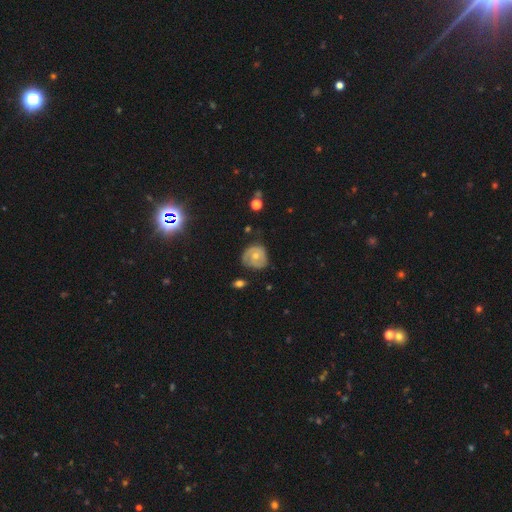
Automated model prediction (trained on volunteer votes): Morphology: type=featured or disk (55%); edge-on=no (97%); bar=no (81%); spiral arms=yes (66%); bulge=moderate (58%); merging=none (58%).